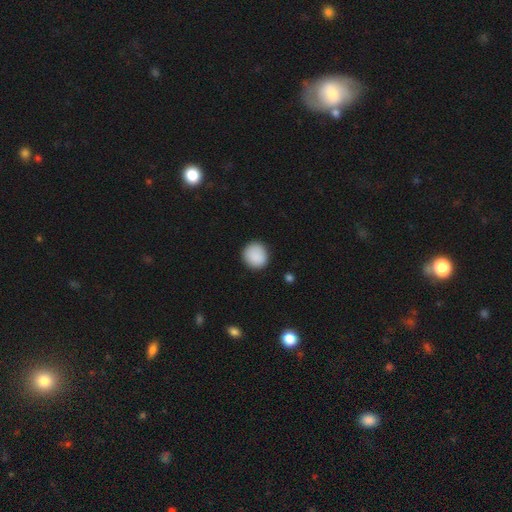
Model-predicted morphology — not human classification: Smooth or featured: smooth — 89% (star or artifact — 7%)
How rounded: round — 89% (in between — 10%)
Merging: none — 89% (minor disturbance — 8%)